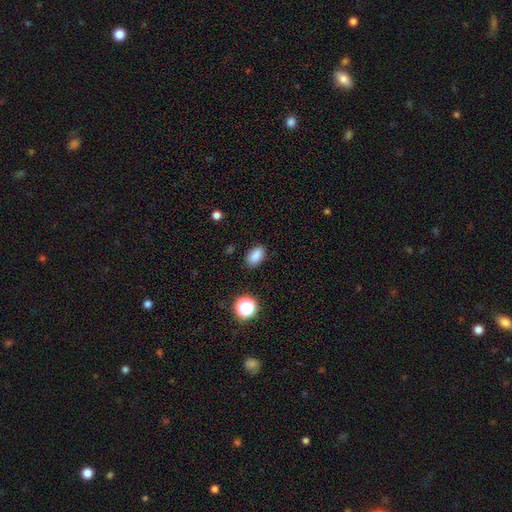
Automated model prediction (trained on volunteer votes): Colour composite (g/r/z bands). It shows a smooth galaxy with no disk features (85%) that is in between round and cigar-shaped (87%). Merging: none (86%).